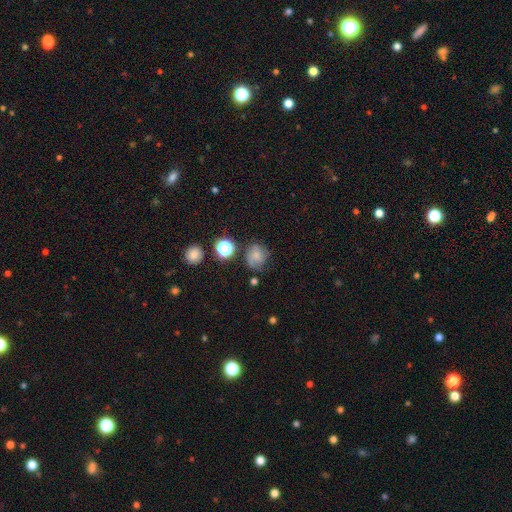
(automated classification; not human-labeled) Smooth or featured? smooth (56%)
How rounded? round (71%)
Merging? none (59%)